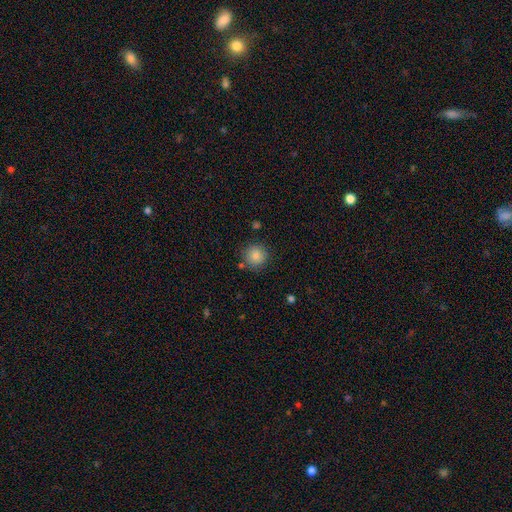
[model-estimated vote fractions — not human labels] This appears to be a smooth galaxy with no disk features (85%) that is round (94%). Merging: none (83%).